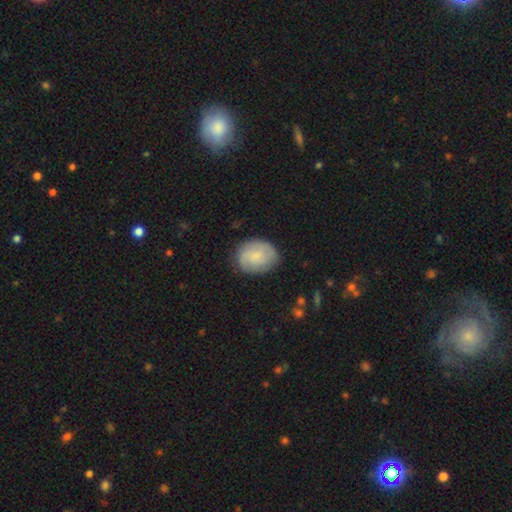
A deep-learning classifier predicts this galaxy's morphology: smooth-or-featured: smooth: 61% | featured or disk: 32% | star or artifact: 7%
  how-rounded: in between: 58% | round: 41% | cigar-shaped: 1%
  merging: none: 79% | minor disturbance: 16% | major disturbance: 4% | merger: 1%